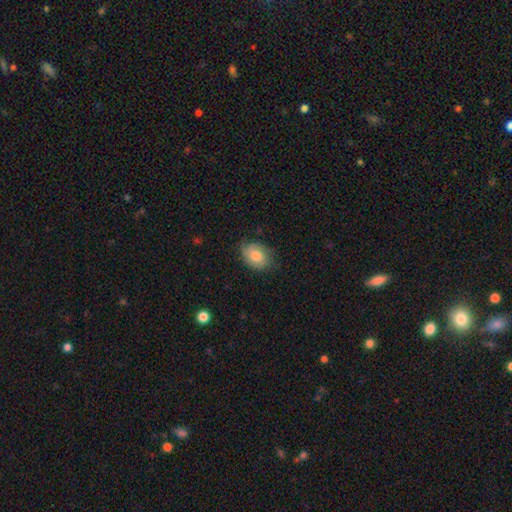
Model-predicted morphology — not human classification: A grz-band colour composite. It shows a smooth galaxy with no disk features (72%) that is in between round and cigar-shaped (60%). Merging: none (67%).